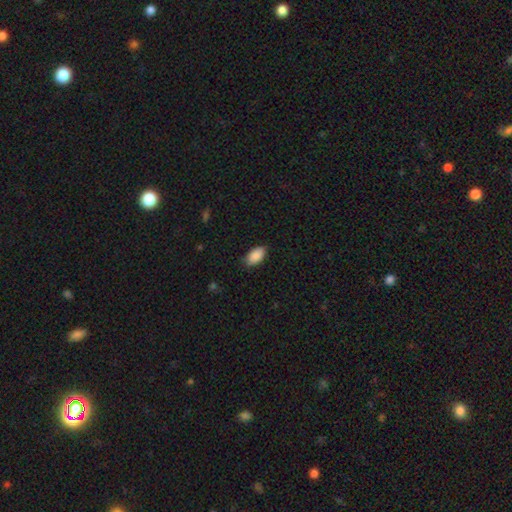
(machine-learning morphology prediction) Smooth or featured? Predicted: smooth (p=0.90). How rounded? Predicted: in between (p=0.94). Merging? Predicted: none (p=0.81).